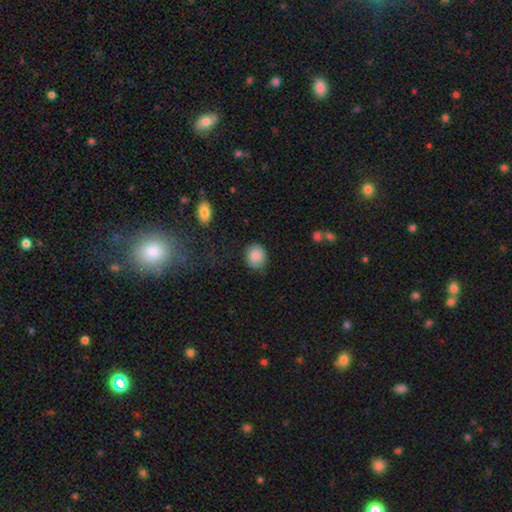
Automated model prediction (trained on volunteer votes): smooth-or-featured: smooth: 87% | star or artifact: 8% | featured or disk: 5%
  how-rounded: round: 72% | in between: 27% | cigar-shaped: 1%
  merging: none: 73% | minor disturbance: 22% | major disturbance: 4% | merger: 2%